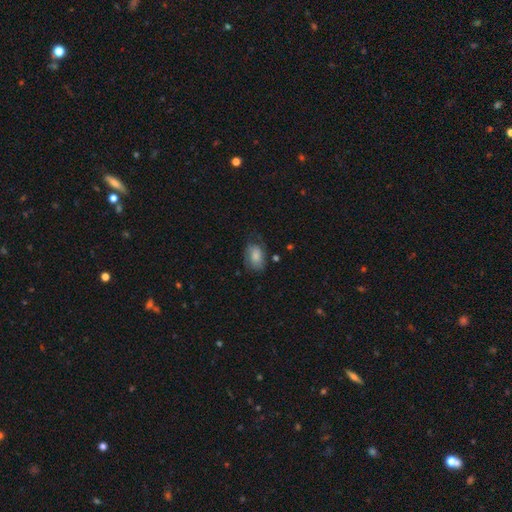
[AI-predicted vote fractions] This is likely a smooth galaxy (73%). How rounded: clearly in between (83%). Merging: possibly none (57%).